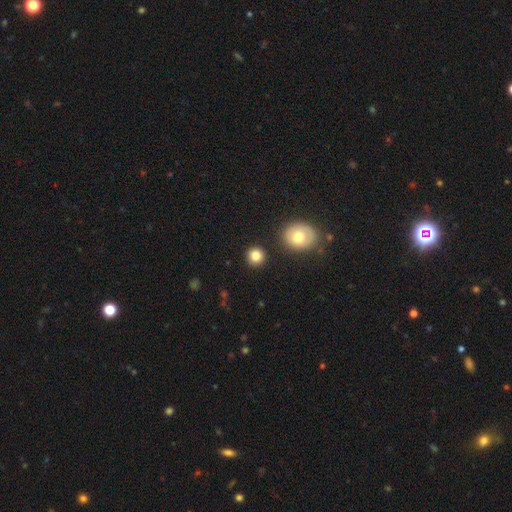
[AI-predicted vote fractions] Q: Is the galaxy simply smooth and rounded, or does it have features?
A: smooth — 83%.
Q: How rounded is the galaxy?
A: round — 91%.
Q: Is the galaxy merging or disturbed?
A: none — 88%.